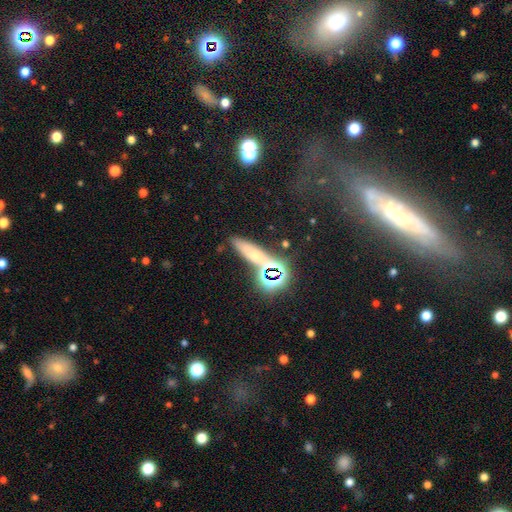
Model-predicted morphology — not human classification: Smooth or featured? smooth (54%)
How rounded? cigar-shaped (64%)
Merging? none (73%)